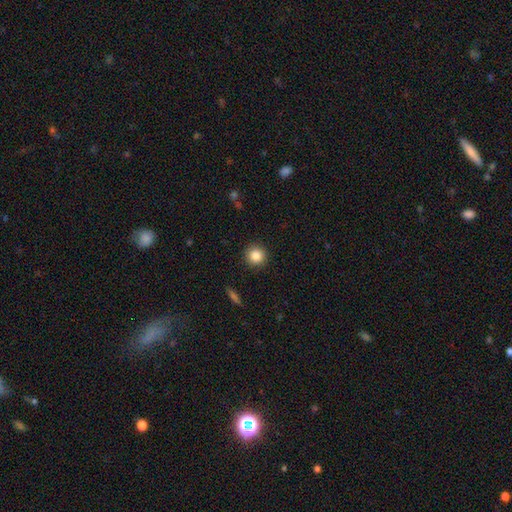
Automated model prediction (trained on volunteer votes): Smooth or featured: smooth — 85% (star or artifact — 10%)
How rounded: round — 94% (in between — 5%)
Merging: none — 92% (minor disturbance — 5%)